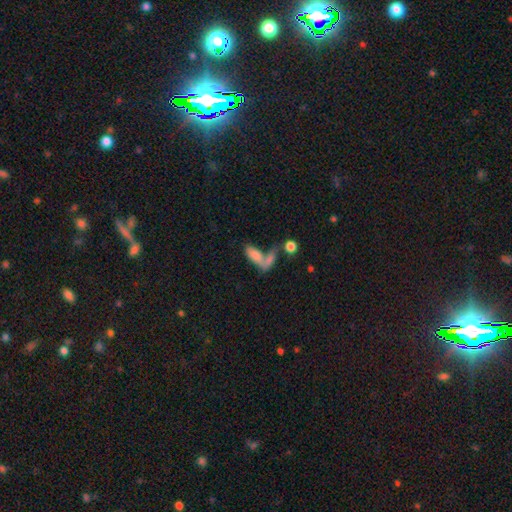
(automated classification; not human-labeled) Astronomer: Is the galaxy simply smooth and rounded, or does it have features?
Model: smooth — 72%.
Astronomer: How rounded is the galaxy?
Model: in between — 72%.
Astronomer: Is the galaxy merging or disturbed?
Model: merger — 55%.